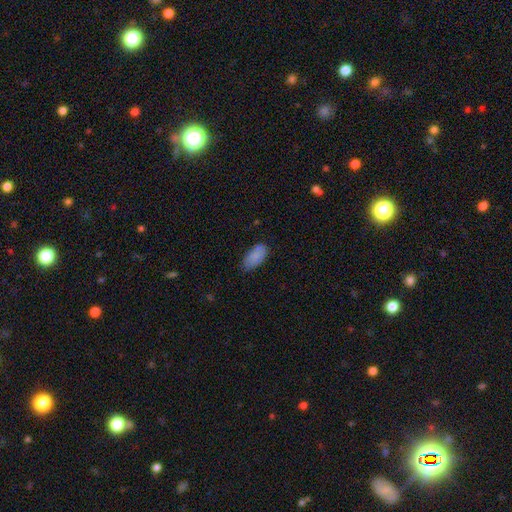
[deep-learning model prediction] Morphology: type=smooth (83%); roundness=in between (93%); merging=none (68%).